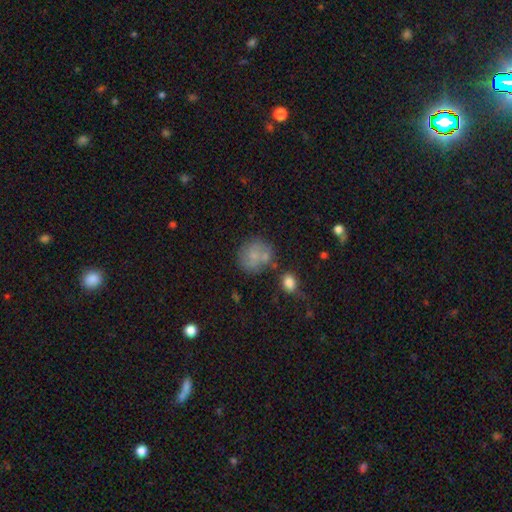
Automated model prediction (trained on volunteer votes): The model was most divided on "smooth or featured": smooth: 63%, featured or disk: 26%, star or artifact: 11%. More confident: how rounded — round (77%); merging — none (56%).